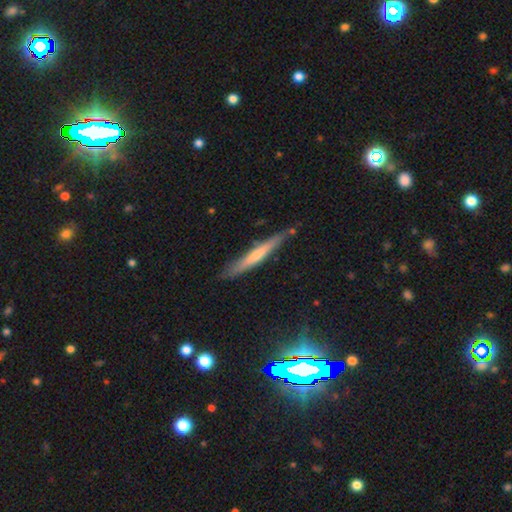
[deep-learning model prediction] Smooth or featured? Predicted: featured or disk (p=0.54). Edge-on disk? Predicted: yes (p=0.93). Edge-on bulge? Predicted: rounded (p=0.48). Merging? Predicted: none (p=0.82).